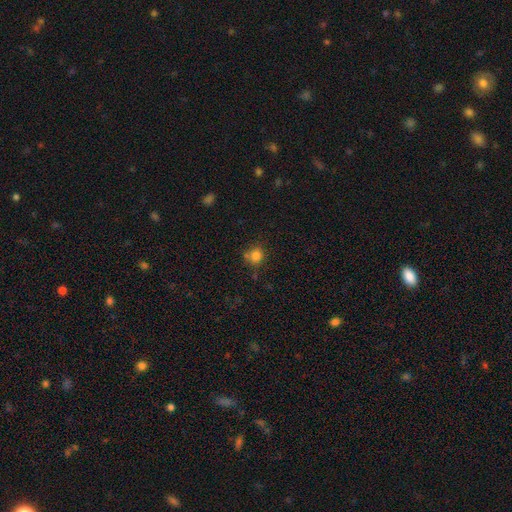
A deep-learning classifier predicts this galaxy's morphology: Smooth or featured? Predicted: smooth (p=0.81). How rounded? Predicted: round (p=0.79). Merging? Predicted: none (p=0.65).